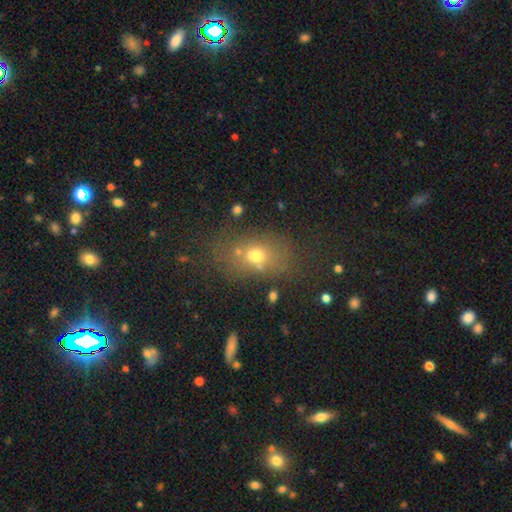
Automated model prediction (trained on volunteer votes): Morphology: type=smooth (63%); roundness=in between (70%); merging=none (57%).